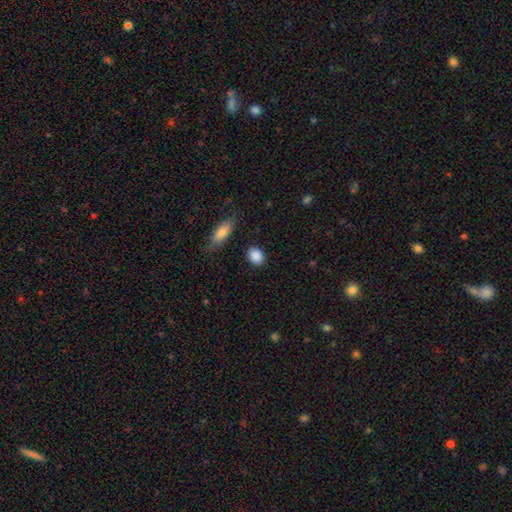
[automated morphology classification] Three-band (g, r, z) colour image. It shows a smooth galaxy with no disk features (89%) that is in between round and cigar-shaped (56%). Merging: none (86%).